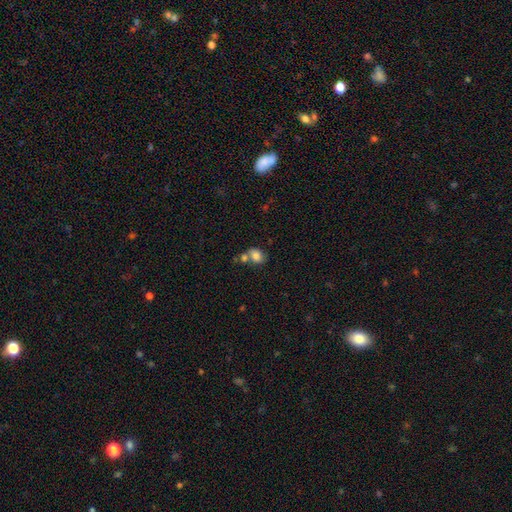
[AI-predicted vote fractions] Q: Smooth or featured?
A: smooth (80%); runner-up: featured or disk (11%)
Q: How rounded?
A: in between (55%); runner-up: round (44%)
Q: Merging?
A: merger (40%); tied with: none (40%)